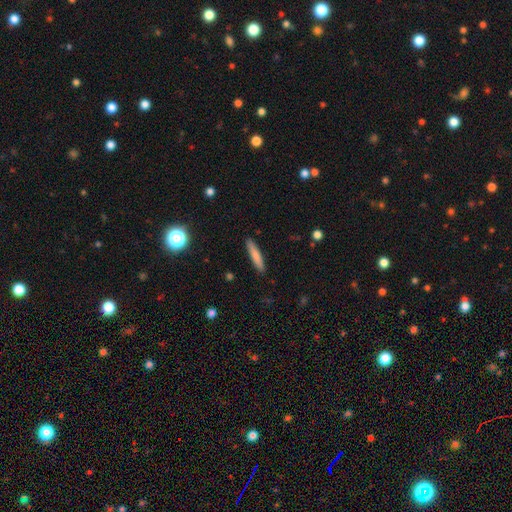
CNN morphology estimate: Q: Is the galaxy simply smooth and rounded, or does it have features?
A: smooth — 79%.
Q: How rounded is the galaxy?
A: cigar-shaped — 90%.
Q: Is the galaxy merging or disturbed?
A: none — 90%.